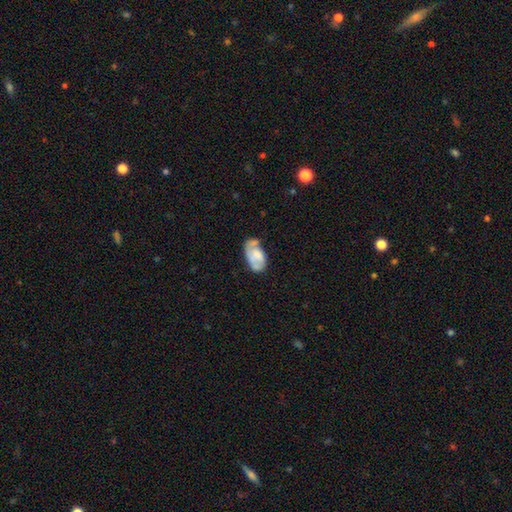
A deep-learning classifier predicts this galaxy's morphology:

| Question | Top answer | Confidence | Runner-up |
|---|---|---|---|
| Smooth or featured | smooth | 47% | featured or disk (45%) |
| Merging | none | 39% | minor disturbance (32%) |